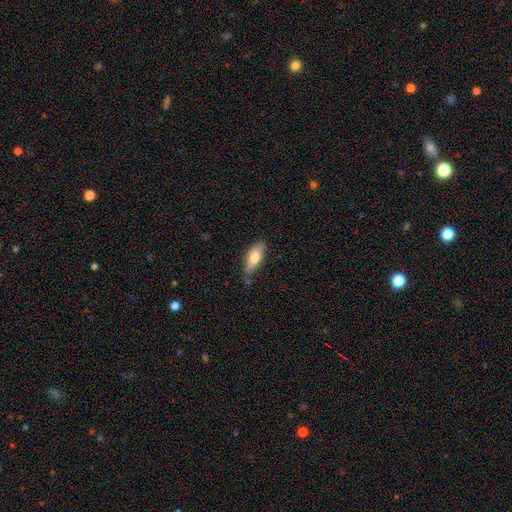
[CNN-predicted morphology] A smooth galaxy with no disk features (70%) that is in between round and cigar-shaped (74%). Merging: none (76%).